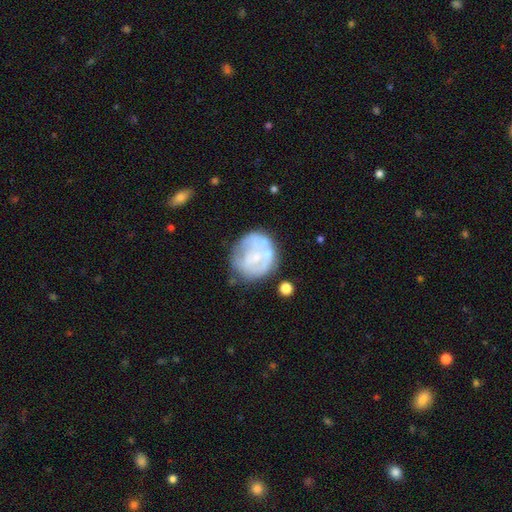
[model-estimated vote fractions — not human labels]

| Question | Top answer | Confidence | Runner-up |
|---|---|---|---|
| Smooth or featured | featured or disk | 58% | smooth (33%) |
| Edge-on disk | no | 98% | yes (2%) |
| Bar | no | 78% | weak (17%) |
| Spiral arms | no | 75% | yes (25%) |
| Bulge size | small | 39% | none (38%) |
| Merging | none | 55% | minor disturbance (22%) |